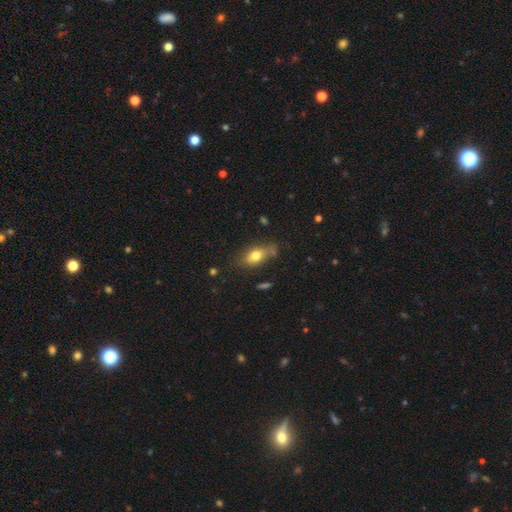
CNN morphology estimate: smooth_or_featured: smooth (p=0.75) [alt: featured or disk p=0.16]
how_rounded: in between (p=0.83) [alt: round p=0.10]
merging: none (p=0.68) [alt: minor disturbance p=0.20]